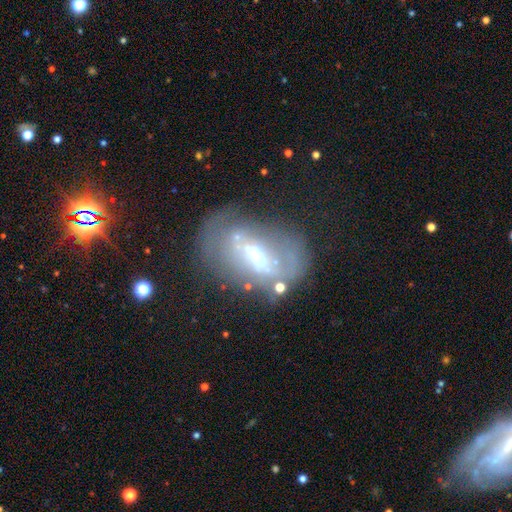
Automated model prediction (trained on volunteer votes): Smooth or featured? featured or disk (61%)
Edge-on disk? no (89%)
Bar? weak (37%)
Spiral arms? no (65%)
Bulge size? moderate (59%)
Merging? none (47%)